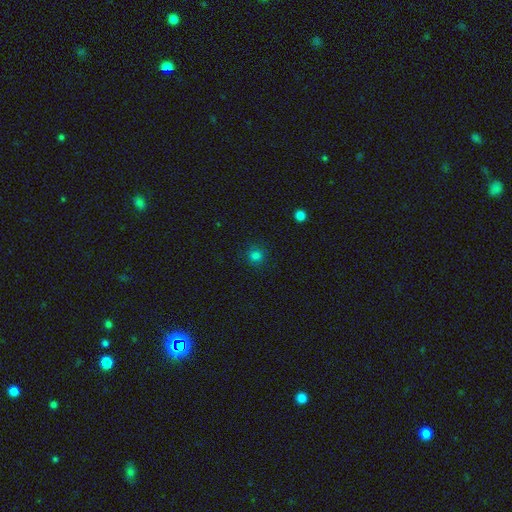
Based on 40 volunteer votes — Volunteers were most divided on "smooth or featured": smooth: 92%, star or artifact: 8%, featured or disk: 0%. More confident: how rounded — round (97%); merging — none (92%).